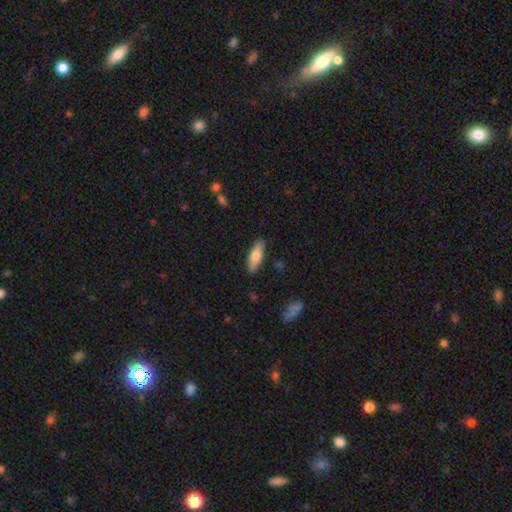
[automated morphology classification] smooth-or-featured: smooth: 72% | featured or disk: 22% | star or artifact: 6%
  how-rounded: in between: 56% | cigar-shaped: 41% | round: 2%
  merging: none: 88% | minor disturbance: 9% | major disturbance: 2% | merger: 1%